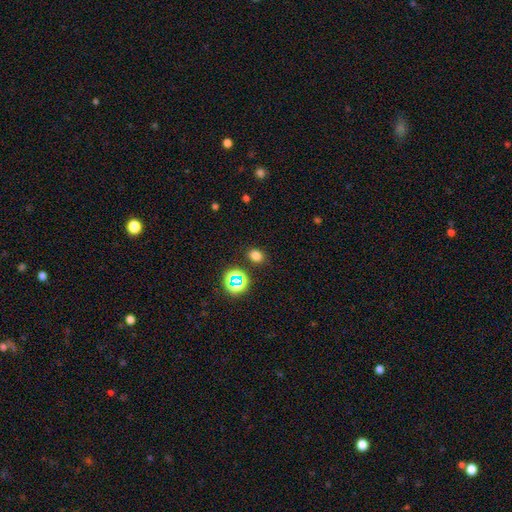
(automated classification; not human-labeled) This appears to be a smooth galaxy with no disk features (74%) that is in between round and cigar-shaped (50%). Merging: none (85%).